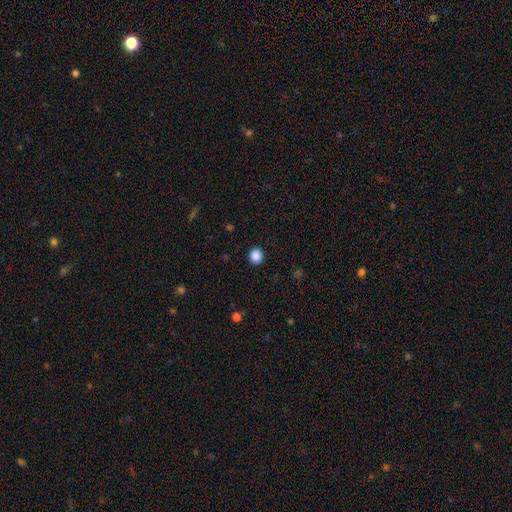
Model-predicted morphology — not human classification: Q: Smooth or featured?
A: smooth (87%); runner-up: star or artifact (10%)
Q: How rounded?
A: round (78%); runner-up: in between (21%)
Q: Merging?
A: none (91%); runner-up: minor disturbance (6%)